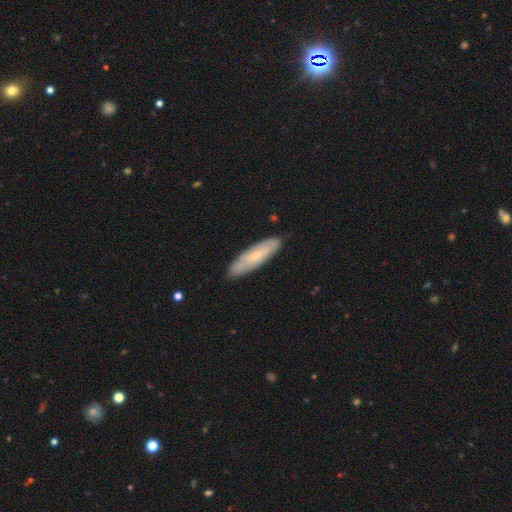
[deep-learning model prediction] This appears to be a smooth galaxy with no disk features (50%) that is cigar-shaped (63%). Merging: none (85%).